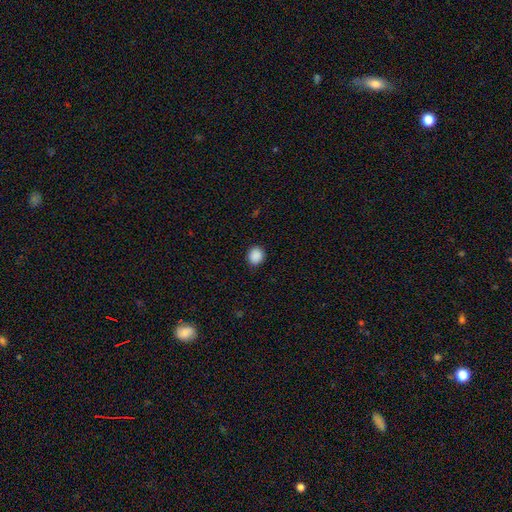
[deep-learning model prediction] Overall: smooth (89%). How rounded: round (78%). Merging: none (90%).